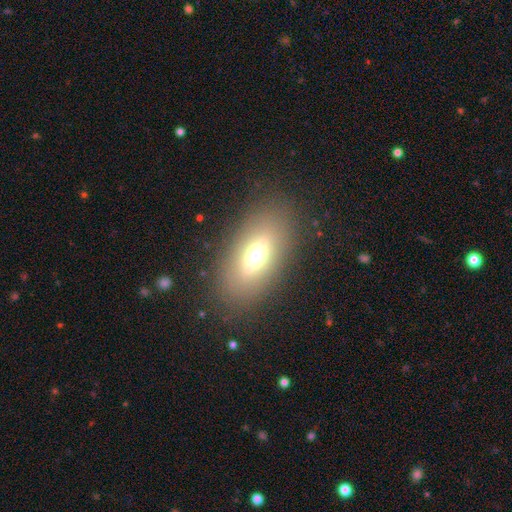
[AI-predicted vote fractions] This is possibly a smooth galaxy (50%). Merging: clearly none (83%).